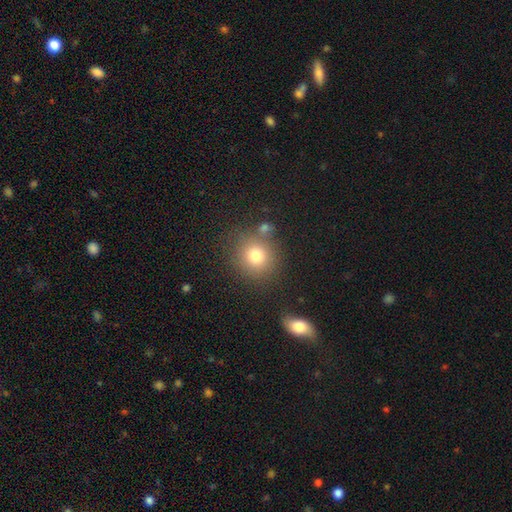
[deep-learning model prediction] smooth-or-featured: smooth: 77% | star or artifact: 13% | featured or disk: 10%
  how-rounded: round: 85% | in between: 14% | cigar-shaped: 1%
  merging: none: 76% | minor disturbance: 11% | merger: 9% | major disturbance: 4%